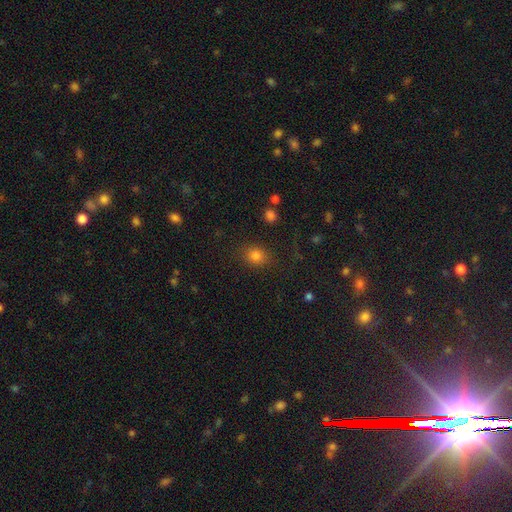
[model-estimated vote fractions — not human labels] smooth 80%, star or artifact 14%, featured or disk 6%. Down the decision tree: how rounded — round (64%); merging — none (84%).